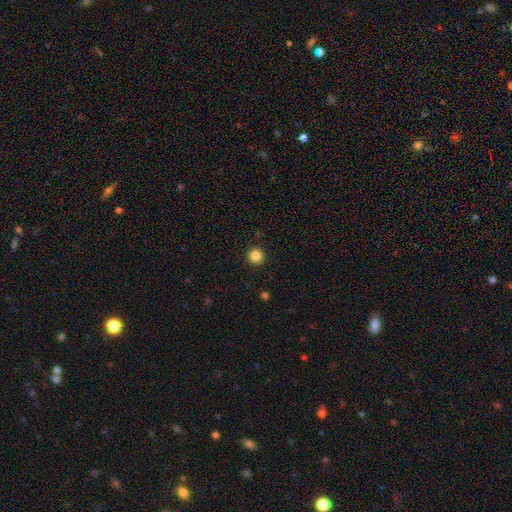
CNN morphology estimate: smooth 85%, star or artifact 11%, featured or disk 4%. Down the decision tree: how rounded — round (95%); merging — none (93%).